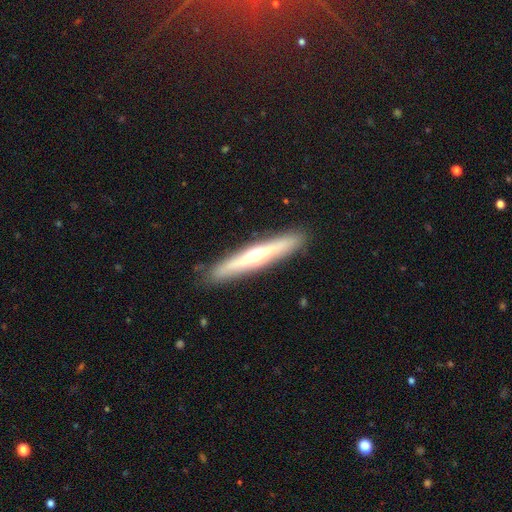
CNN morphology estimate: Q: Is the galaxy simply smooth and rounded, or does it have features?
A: featured or disk — 63%.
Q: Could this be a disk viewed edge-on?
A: yes — 94%.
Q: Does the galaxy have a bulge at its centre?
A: rounded — 87%.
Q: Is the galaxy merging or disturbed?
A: none — 90%.